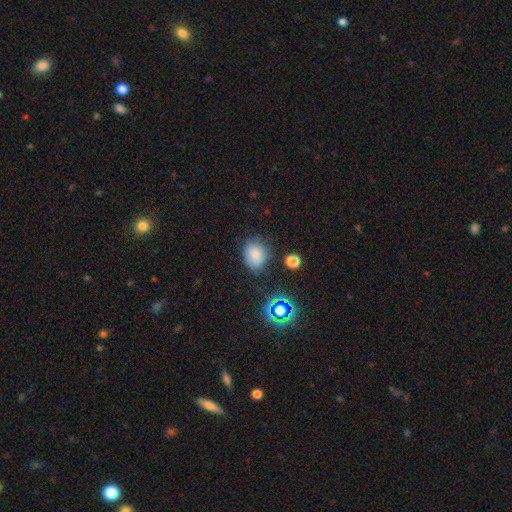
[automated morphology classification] Smooth or featured: smooth — 77% (star or artifact — 16%)
How rounded: round — 58% (in between — 41%)
Merging: none — 72% (minor disturbance — 19%)